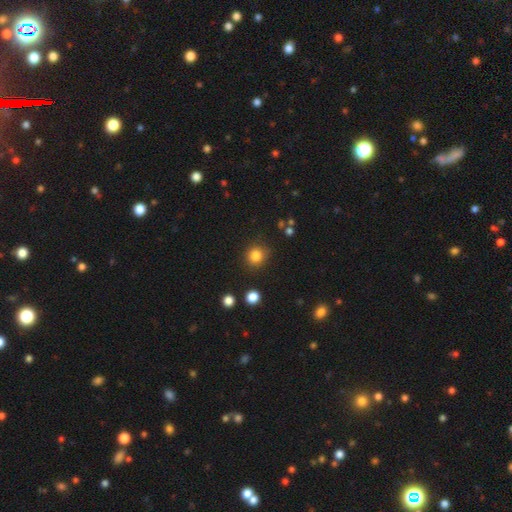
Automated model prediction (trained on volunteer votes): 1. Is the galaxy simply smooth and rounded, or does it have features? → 84% smooth, 11% star or artifact, 5% featured or disk.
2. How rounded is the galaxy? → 88% round, 11% in between, 1% cigar-shaped.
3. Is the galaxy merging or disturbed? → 86% none, 9% minor disturbance, 3% major disturbance, 2% merger.